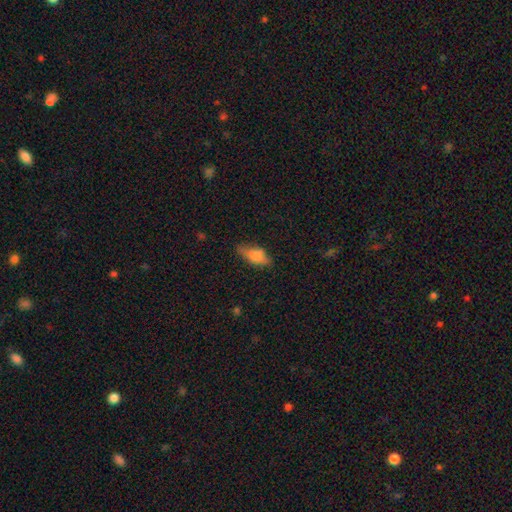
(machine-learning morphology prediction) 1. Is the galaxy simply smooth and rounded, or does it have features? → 72% smooth, 21% featured or disk, 8% star or artifact.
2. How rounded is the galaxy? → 75% in between, 21% cigar-shaped, 4% round.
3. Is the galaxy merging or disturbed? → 67% none, 24% minor disturbance, 6% major disturbance, 2% merger.